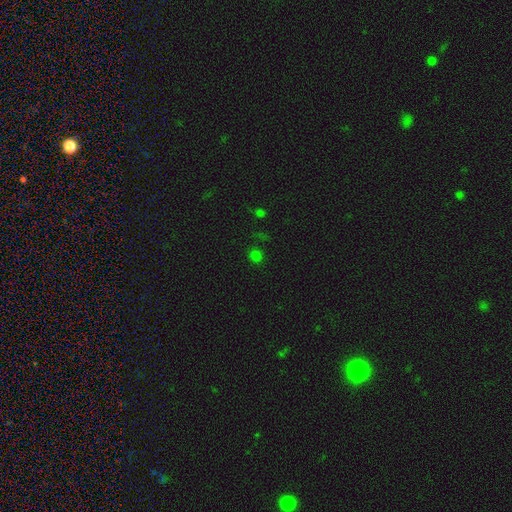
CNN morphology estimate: type=smooth (65%); roundness=round (87%); merging=none (82%).